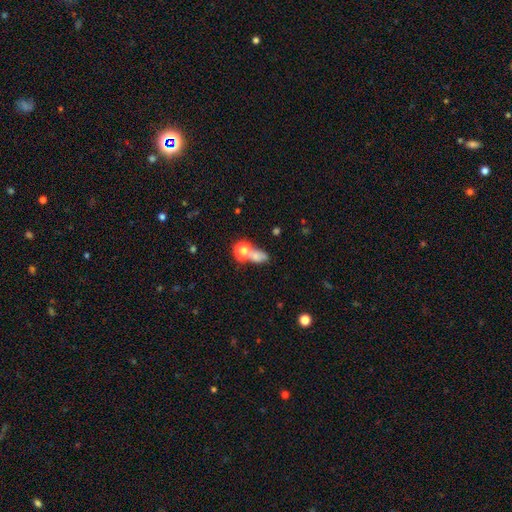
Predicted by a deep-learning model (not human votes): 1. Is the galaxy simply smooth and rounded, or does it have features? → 69% smooth, 18% star or artifact, 13% featured or disk.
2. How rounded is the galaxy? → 53% in between, 43% round, 4% cigar-shaped.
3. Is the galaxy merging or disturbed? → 44% merger, 36% none, 11% minor disturbance, 9% major disturbance.